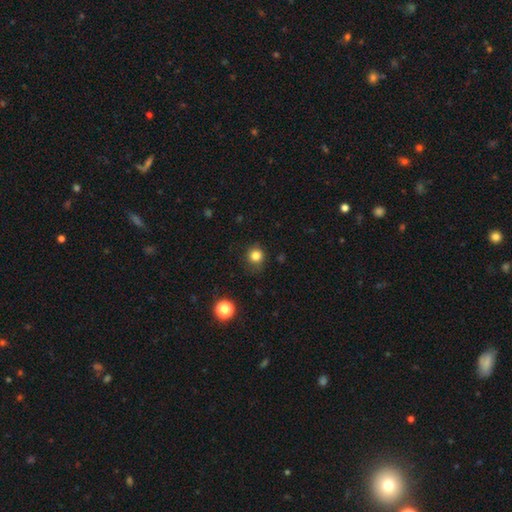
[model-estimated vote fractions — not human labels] Smooth or featured: smooth — 82% (star or artifact — 14%)
How rounded: round — 91% (in between — 8%)
Merging: none — 83% (minor disturbance — 12%)